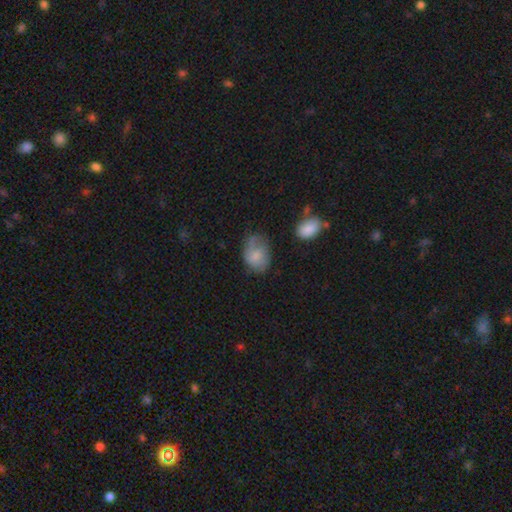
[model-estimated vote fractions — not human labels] smooth 66%, featured or disk 26%, star or artifact 8%. Down the decision tree: how rounded — in between (75%); merging — none (44%).